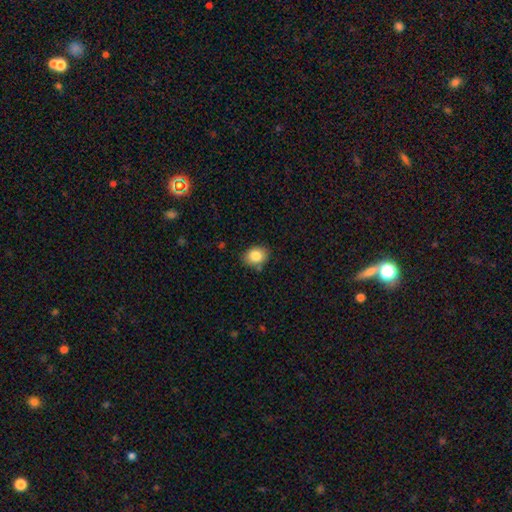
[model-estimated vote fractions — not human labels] Smooth or featured? smooth (84%)
How rounded? in between (60%)
Merging? none (80%)